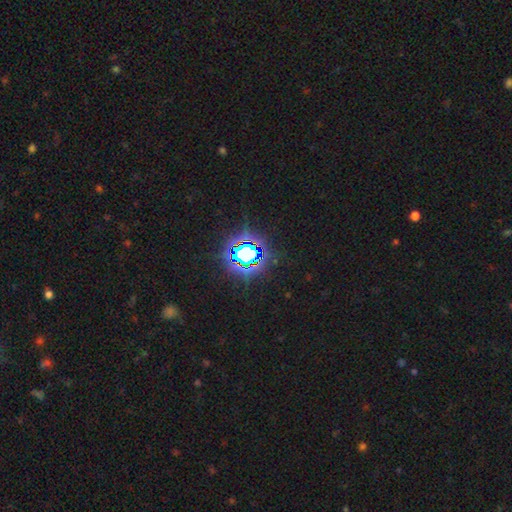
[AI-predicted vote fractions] Smooth or featured?
  - star or artifact: 82% *
  - smooth: 12%
  - featured or disk: 6%